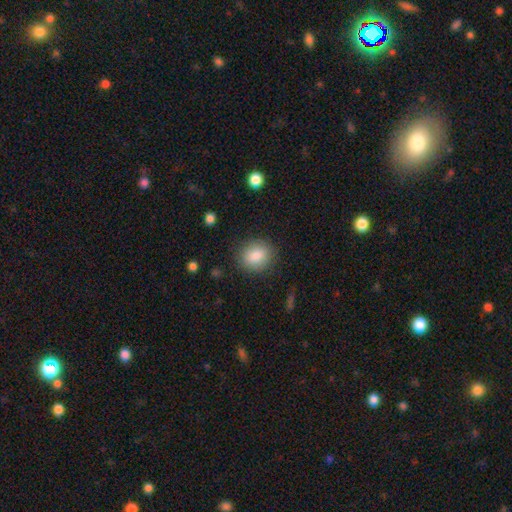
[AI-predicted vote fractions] This appears to be a smooth galaxy with no disk features (85%) that is round (69%). Merging: none (86%).